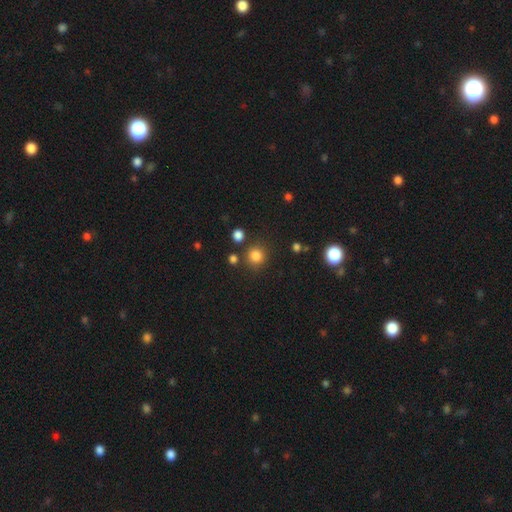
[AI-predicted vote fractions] Smooth or featured? smooth (82%)
How rounded? round (90%)
Merging? none (82%)